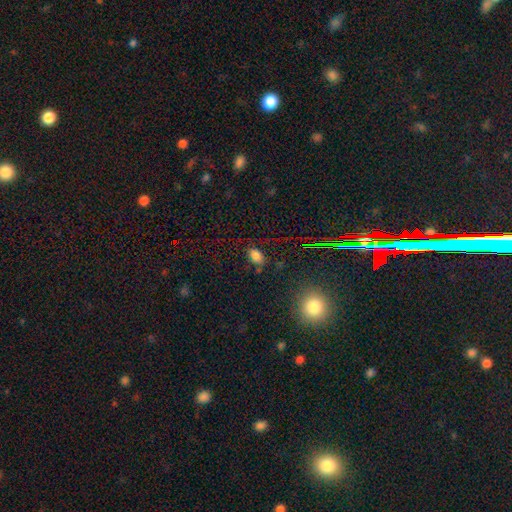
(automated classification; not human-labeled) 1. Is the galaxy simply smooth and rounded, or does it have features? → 75% smooth, 17% star or artifact, 7% featured or disk.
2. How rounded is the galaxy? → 85% in between, 13% round, 2% cigar-shaped.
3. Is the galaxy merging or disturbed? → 73% none, 17% minor disturbance, 6% major disturbance, 4% merger.